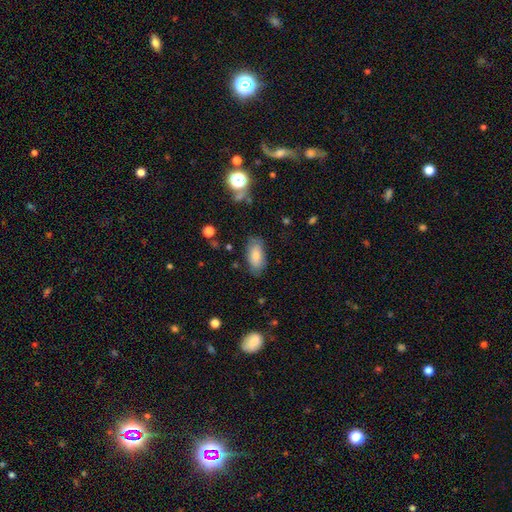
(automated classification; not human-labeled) Smooth or featured: smooth — 77% (featured or disk — 15%)
How rounded: in between — 91% (cigar-shaped — 6%)
Merging: none — 79% (minor disturbance — 16%)